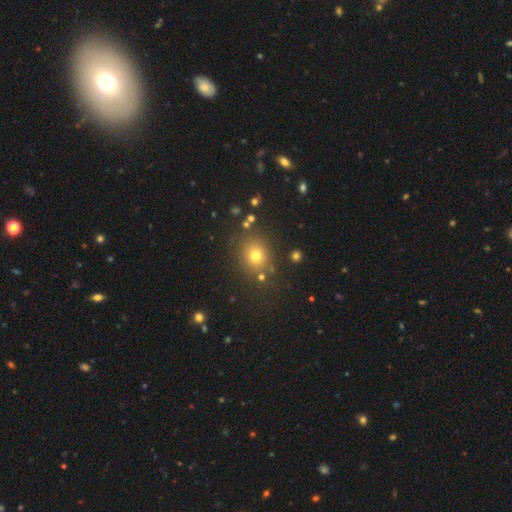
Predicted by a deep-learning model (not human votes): This is likely a smooth galaxy (73%). How rounded: likely round (75%). Merging: clearly none (81%).